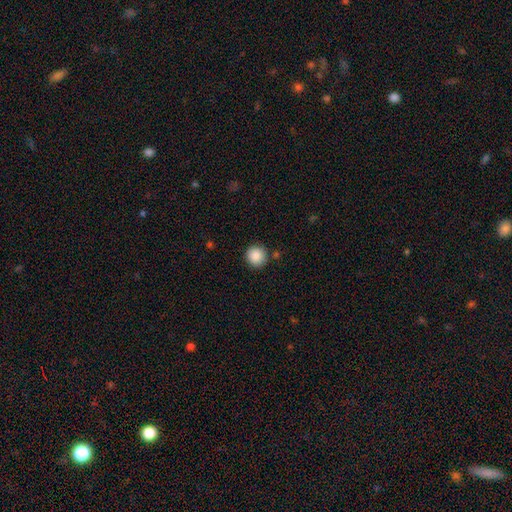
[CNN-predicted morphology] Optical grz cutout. It shows a smooth galaxy with no disk features (88%) that is round (93%). Merging: none (87%).